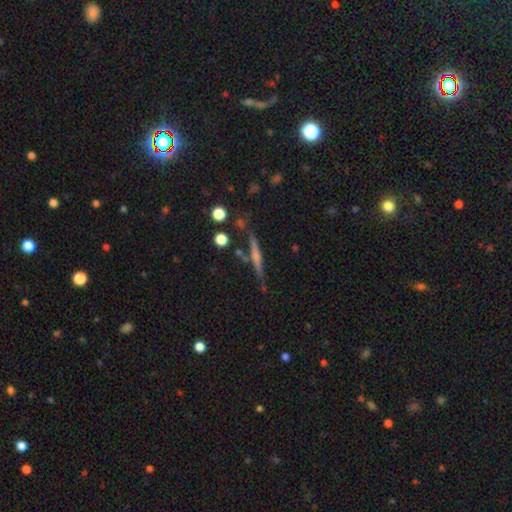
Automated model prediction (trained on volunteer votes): This appears to be a featured or disk galaxy (64%) viewed edge-on (96%) with a rounded central bulge (54%). Merging: none (80%).